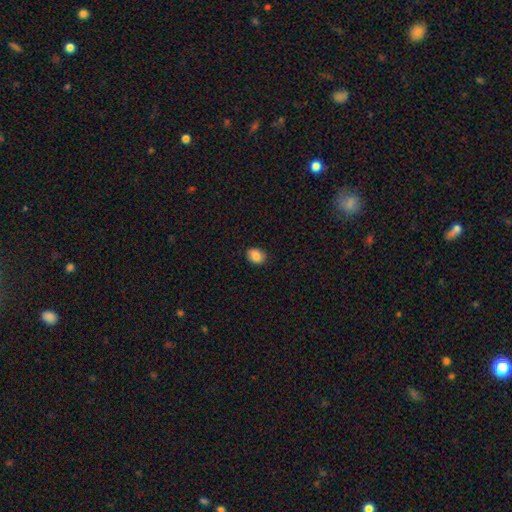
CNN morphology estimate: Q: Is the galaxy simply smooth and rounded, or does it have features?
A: smooth — 86%.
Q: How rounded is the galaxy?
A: in between — 61%.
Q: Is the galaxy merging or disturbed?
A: none — 86%.